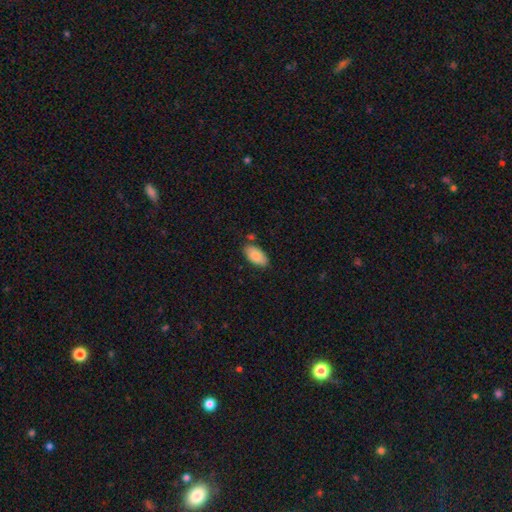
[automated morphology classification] Overall: smooth (85%). How rounded: in between (94%). Merging: none (78%).